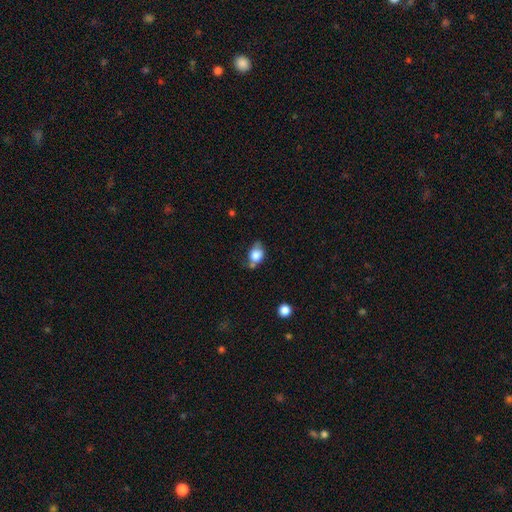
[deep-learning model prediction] This is likely a smooth galaxy (76%). How rounded: possibly in between (60%). Merging: marginally none (41%).